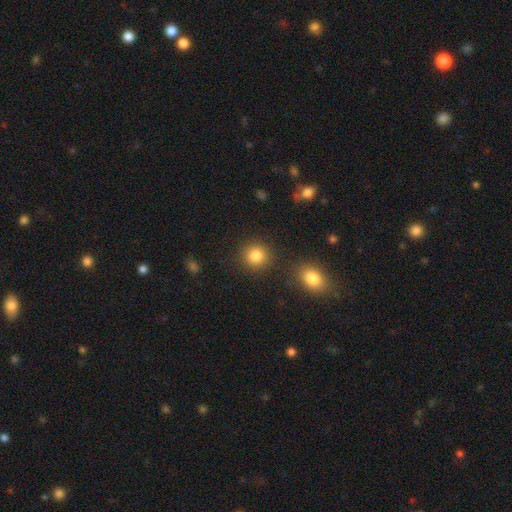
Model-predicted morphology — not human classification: Smooth or featured? Predicted: smooth (p=0.85). How rounded? Predicted: round (p=0.89). Merging? Predicted: none (p=0.86).